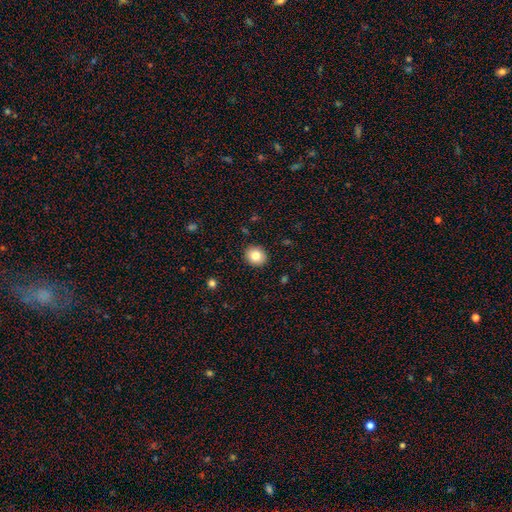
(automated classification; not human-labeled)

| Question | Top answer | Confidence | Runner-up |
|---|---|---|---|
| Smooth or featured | smooth | 81% | star or artifact (10%) |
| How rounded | round | 71% | in between (28%) |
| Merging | none | 91% | minor disturbance (7%) |